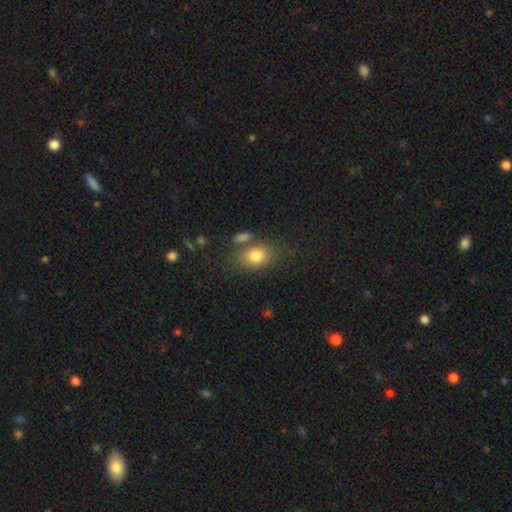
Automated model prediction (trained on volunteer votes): Morphology: type=smooth (81%); roundness=in between (72%); merging=none (63%).